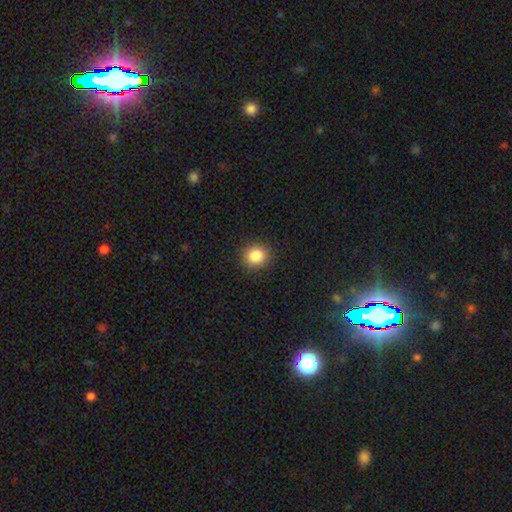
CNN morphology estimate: Overall: smooth (85%). How rounded: round (87%). Merging: none (90%).